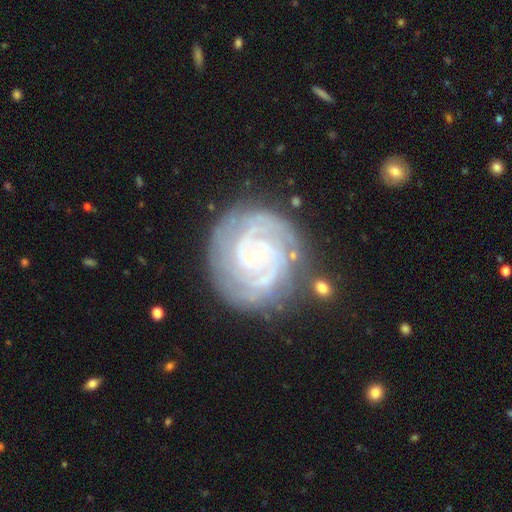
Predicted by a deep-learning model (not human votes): Smooth or featured? Predicted: featured or disk (p=0.89). Edge-on disk? Predicted: no (p=0.97). Bar? Predicted: no (p=0.67). Spiral arms? Predicted: yes (p=0.97). Spiral winding? Predicted: tight (p=0.75). Spiral arm count? Predicted: 2 (p=0.43). Bulge size? Predicted: small (p=0.75). Merging? Predicted: none (p=0.78).